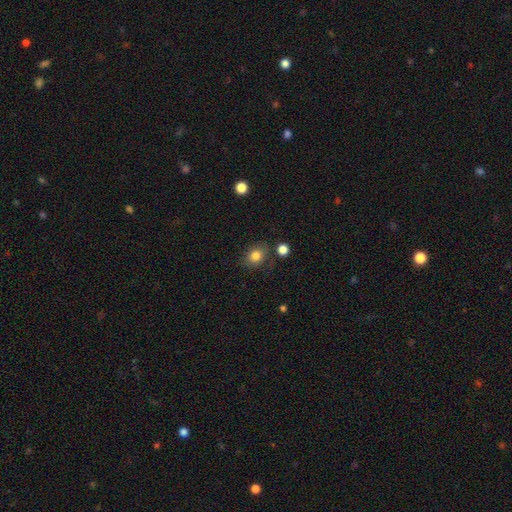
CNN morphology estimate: Q: Smooth or featured?
A: smooth (82%); runner-up: star or artifact (10%)
Q: How rounded?
A: in between (50%); runner-up: round (49%)
Q: Merging?
A: none (76%); runner-up: minor disturbance (14%)